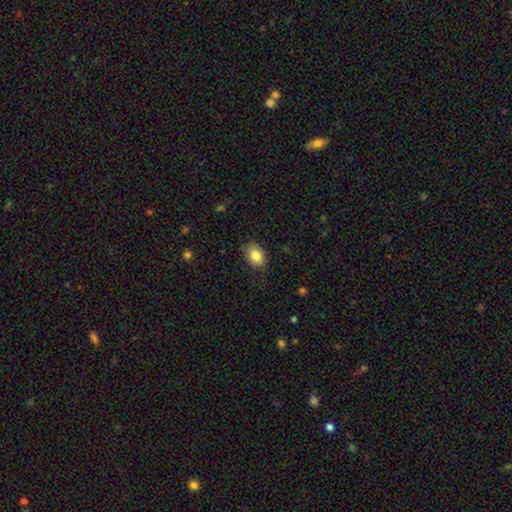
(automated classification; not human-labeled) The model was most divided on "how rounded": in between: 77%, round: 22%, cigar-shaped: 1%. More confident: smooth or featured — smooth (83%); merging — none (78%).